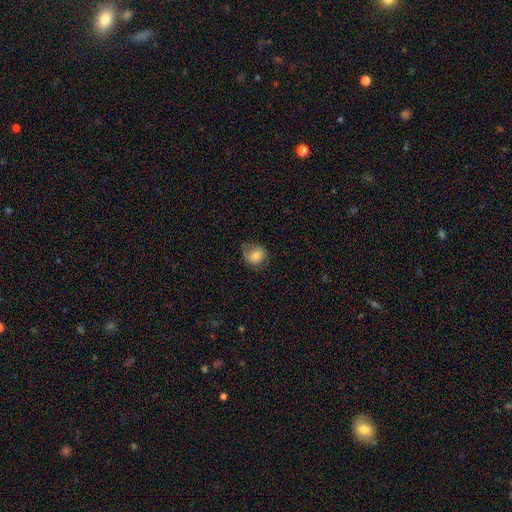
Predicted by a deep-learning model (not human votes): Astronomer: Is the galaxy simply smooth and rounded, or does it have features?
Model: smooth — 71%.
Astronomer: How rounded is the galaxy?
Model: round — 63%.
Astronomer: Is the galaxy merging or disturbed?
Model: none — 62%.